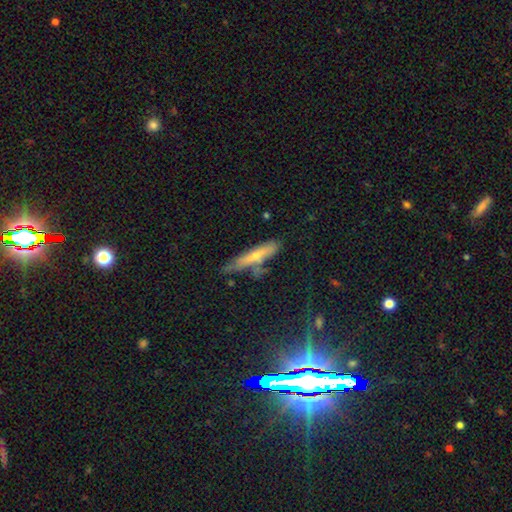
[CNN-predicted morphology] A smooth galaxy with no disk features (49%).

Vote fractions:
- Smooth or featured? smooth: 49% / featured or disk: 40% / star or artifact: 11%
- Merging? none: 61% / minor disturbance: 24% / merger: 8% / major disturbance: 6%